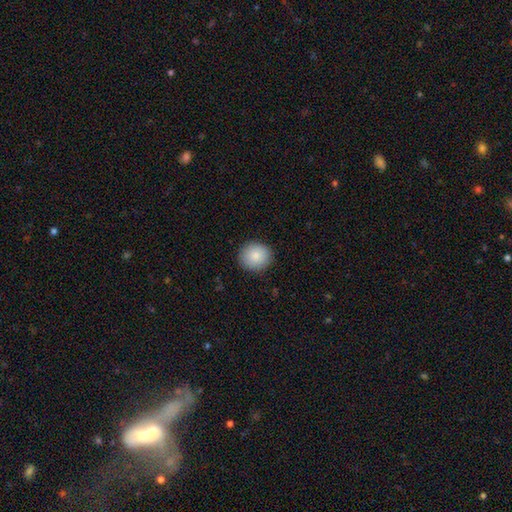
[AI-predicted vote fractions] Smooth or featured: smooth — 86% (star or artifact — 8%)
How rounded: round — 84% (in between — 15%)
Merging: none — 90% (minor disturbance — 7%)